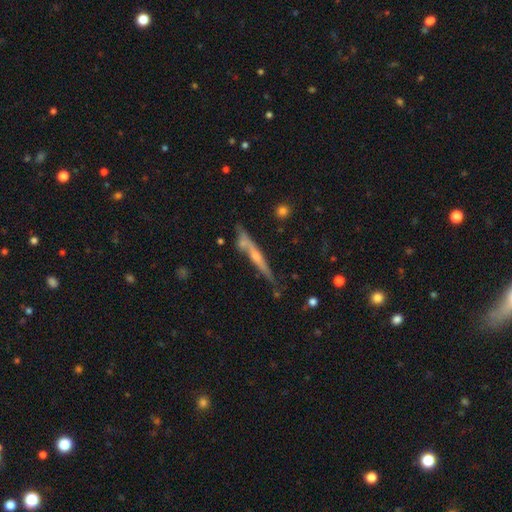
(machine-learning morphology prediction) Smooth or featured?
  - featured or disk: 66% *
  - smooth: 27%
  - star or artifact: 7%
Edge-on disk?
  - yes: 94% *
  - no: 6%
Edge-on bulge?
  - rounded: 66% *
  - none: 28%
  - boxy: 6%
Merging?
  - none: 68% *
  - minor disturbance: 17%
  - merger: 10%
  - major disturbance: 4%